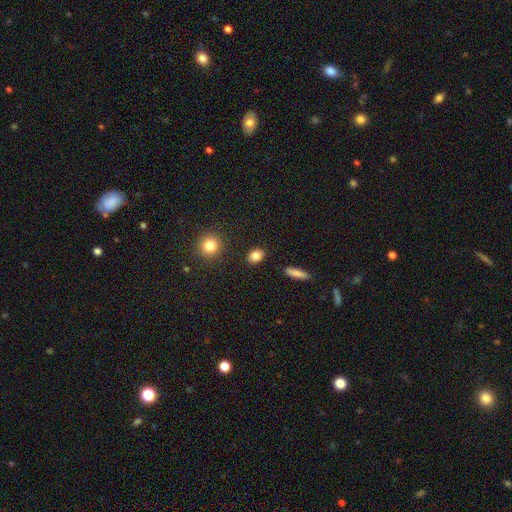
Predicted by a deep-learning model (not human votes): A smooth galaxy with no disk features (84%) that is in between round and cigar-shaped (62%).

Vote fractions:
- Smooth or featured? smooth: 84% / star or artifact: 9% / featured or disk: 7%
- How rounded? in between: 62% / round: 35% / cigar-shaped: 2%
- Merging? none: 88% / minor disturbance: 7% / major disturbance: 2% / merger: 2%